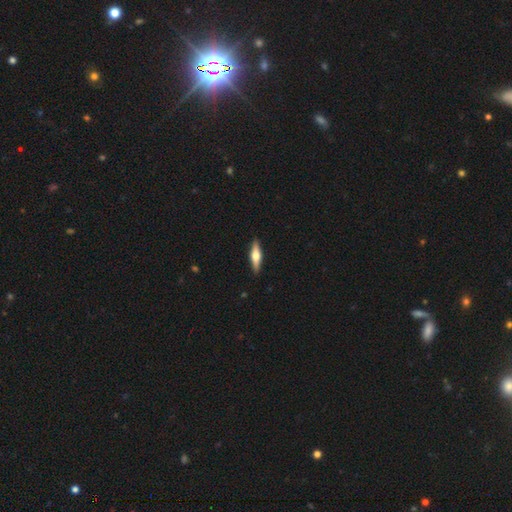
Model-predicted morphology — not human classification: featured or disk 53%, smooth 42%, star or artifact 5%. Down the decision tree: edge-on disk — yes (94%); merging — none (91%).